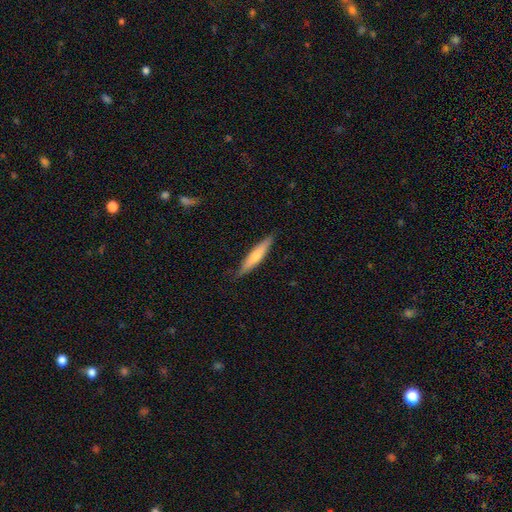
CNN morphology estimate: Smooth or featured? Predicted: smooth (p=0.61). How rounded? Predicted: cigar-shaped (p=0.87). Merging? Predicted: none (p=0.84).